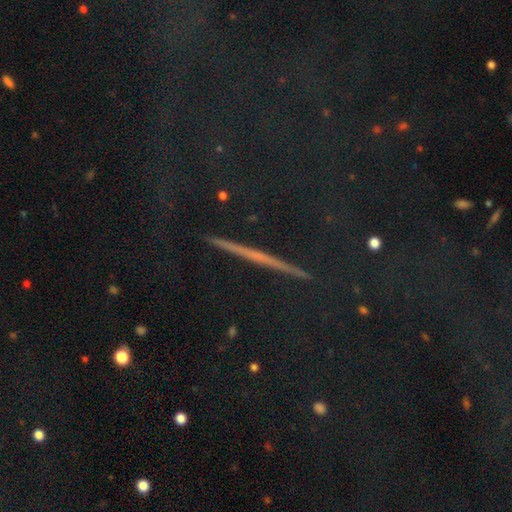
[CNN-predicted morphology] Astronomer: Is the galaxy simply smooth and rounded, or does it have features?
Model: star or artifact — 41% (runner-up: featured or disk, 39%).